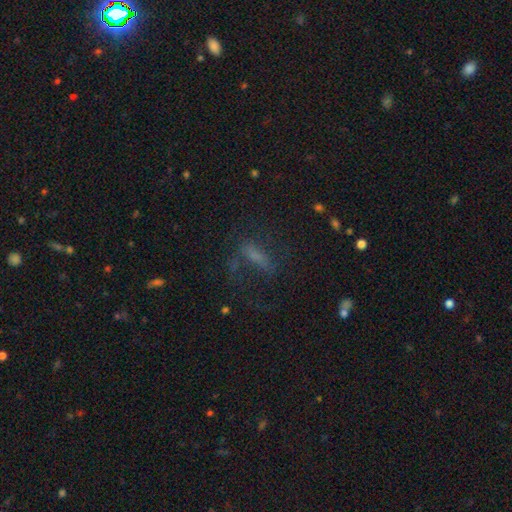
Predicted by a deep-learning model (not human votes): Overall: smooth (43%; featured or disk 34%). Merging: none (51%; major disturbance 28%).